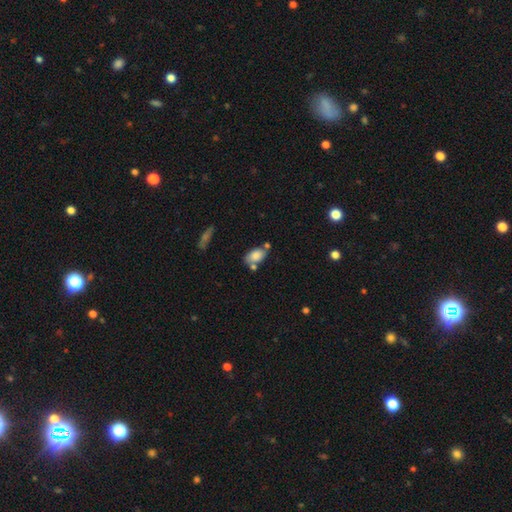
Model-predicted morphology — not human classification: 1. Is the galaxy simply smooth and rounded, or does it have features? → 80% smooth, 12% featured or disk, 8% star or artifact.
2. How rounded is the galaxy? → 90% in between, 8% round, 2% cigar-shaped.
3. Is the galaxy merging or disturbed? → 52% none, 23% merger, 19% minor disturbance, 6% major disturbance.